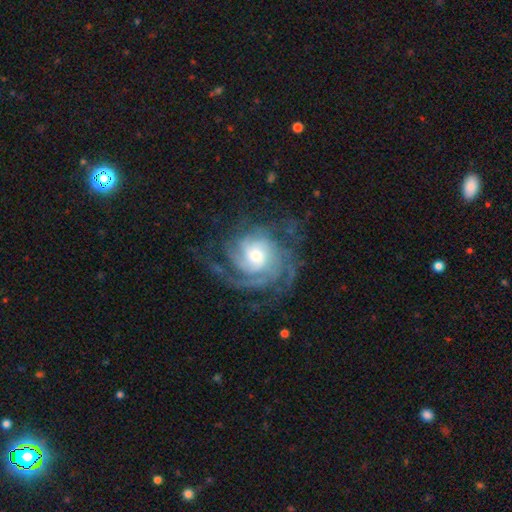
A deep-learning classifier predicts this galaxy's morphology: Smooth or featured? Predicted: featured or disk (p=0.88). Edge-on disk? Predicted: no (p=0.97). Bar? Predicted: no (p=0.69). Spiral arms? Predicted: yes (p=0.97). Spiral winding? Predicted: tight (p=0.60). Spiral arm count? Predicted: 3 (p=0.24). Bulge size? Predicted: moderate (p=0.54). Merging? Predicted: none (p=0.68).